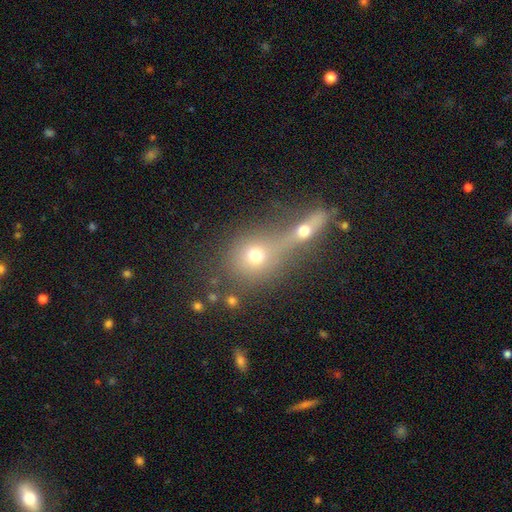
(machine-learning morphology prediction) This is likely a smooth galaxy (68%). How rounded: likely round (73%). Merging: likely merger (60%).